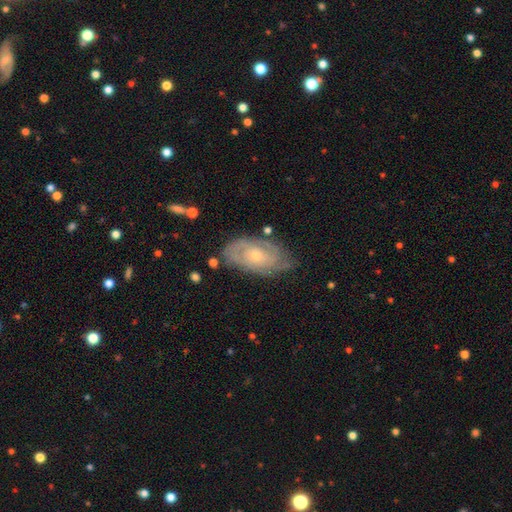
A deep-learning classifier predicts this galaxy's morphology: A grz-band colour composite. It shows a featured or disk galaxy (75%) with no bar (76%), tight (66%) spiral arms (89%) and a small central bulge (60%). Merging: none (71%).